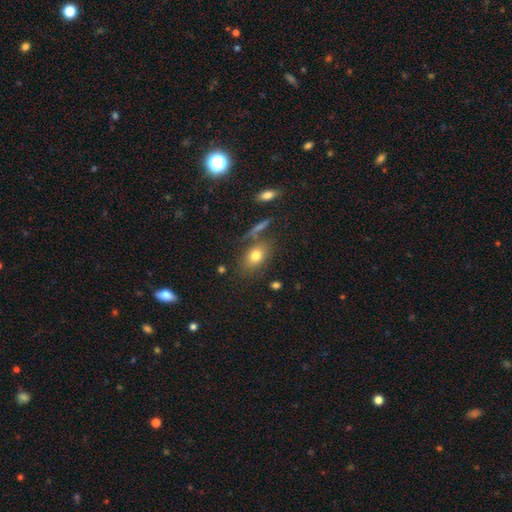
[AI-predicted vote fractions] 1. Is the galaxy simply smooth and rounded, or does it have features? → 76% smooth, 13% featured or disk, 10% star or artifact.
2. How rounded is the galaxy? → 76% in between, 22% round, 3% cigar-shaped.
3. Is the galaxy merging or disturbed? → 68% none, 14% minor disturbance, 11% merger, 6% major disturbance.